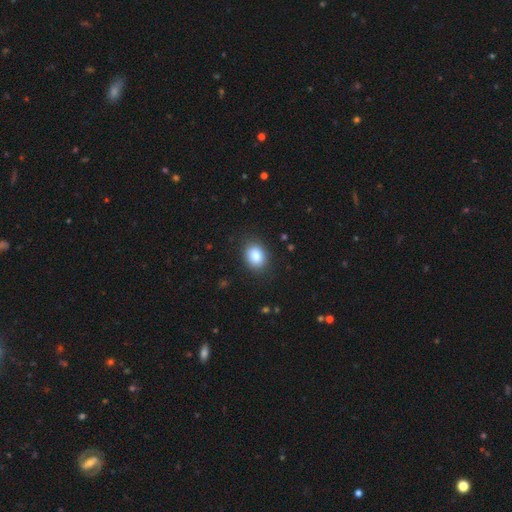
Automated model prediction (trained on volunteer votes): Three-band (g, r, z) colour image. It shows a smooth galaxy with no disk features (83%) that is in between round and cigar-shaped (56%). Merging: none (86%).